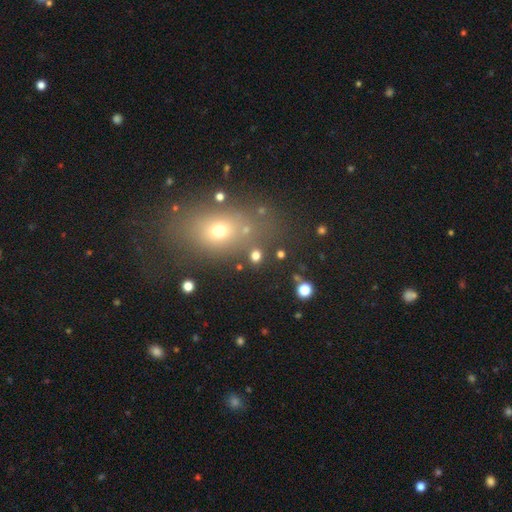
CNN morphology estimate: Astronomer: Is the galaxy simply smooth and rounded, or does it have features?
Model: smooth — 70%.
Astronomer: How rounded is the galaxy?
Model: round — 65%.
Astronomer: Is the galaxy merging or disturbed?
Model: none — 75%.